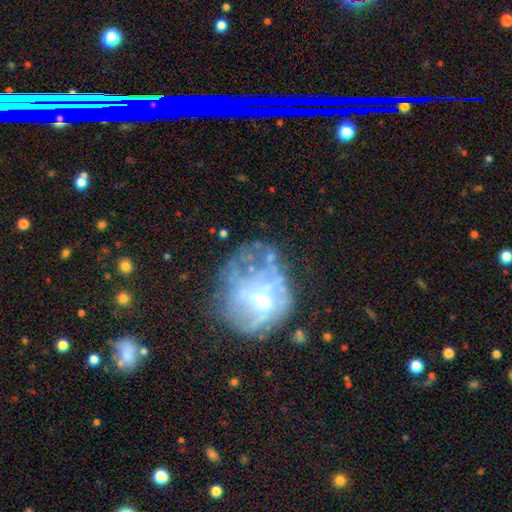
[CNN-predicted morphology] Smooth or featured? featured or disk (57%)
Edge-on disk? no (95%)
Bar? no (60%)
Spiral arms? yes (51%)
Bulge size? moderate (61%)
Merging? none (48%)